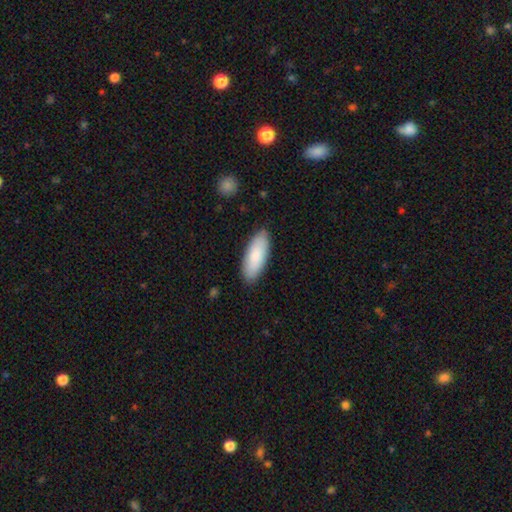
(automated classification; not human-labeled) smooth-or-featured: smooth: 85% | featured or disk: 10% | star or artifact: 5%
  how-rounded: in between: 77% | cigar-shaped: 21% | round: 2%
  merging: none: 87% | minor disturbance: 10% | major disturbance: 2% | merger: 1%